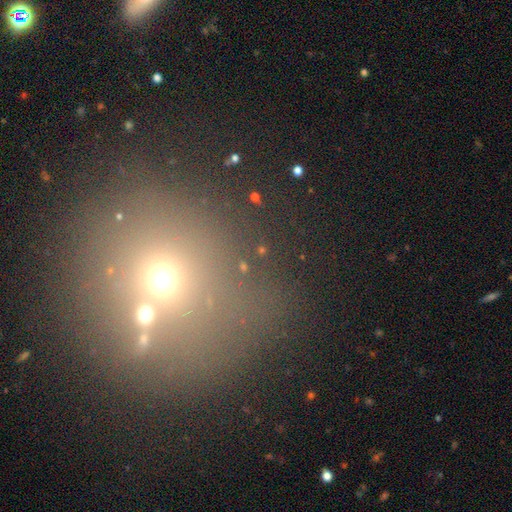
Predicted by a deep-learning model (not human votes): Smooth or featured? smooth (45%)
Merging? none (69%)